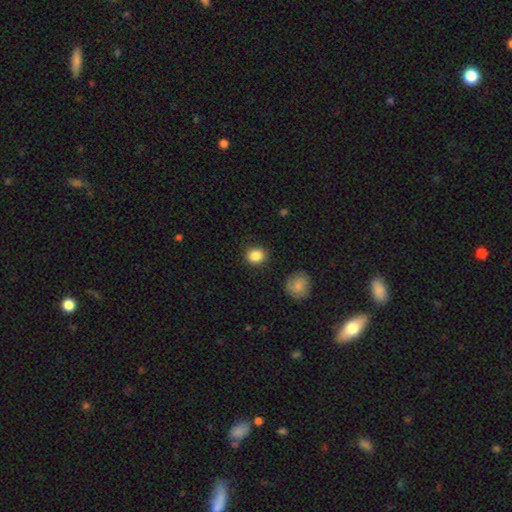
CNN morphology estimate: This is clearly a smooth galaxy (87%). How rounded: likely round (74%). Merging: clearly none (88%).